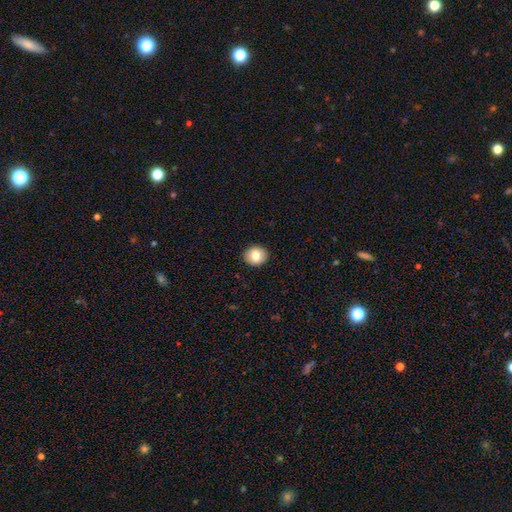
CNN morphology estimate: The model was most divided on "how rounded": round: 76%, in between: 23%, cigar-shaped: 1%. More confident: merging — none (92%); smooth or featured — smooth (79%).